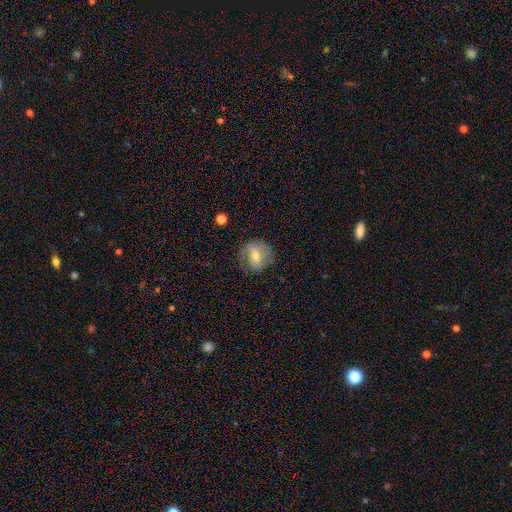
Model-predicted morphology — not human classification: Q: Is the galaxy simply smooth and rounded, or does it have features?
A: featured or disk — 54%.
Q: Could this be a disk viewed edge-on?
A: no — 95%.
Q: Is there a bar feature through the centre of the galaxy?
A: weak — 46%.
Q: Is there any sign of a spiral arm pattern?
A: yes — 72%.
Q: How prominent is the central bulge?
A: moderate — 55%.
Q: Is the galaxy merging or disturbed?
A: none — 71%.